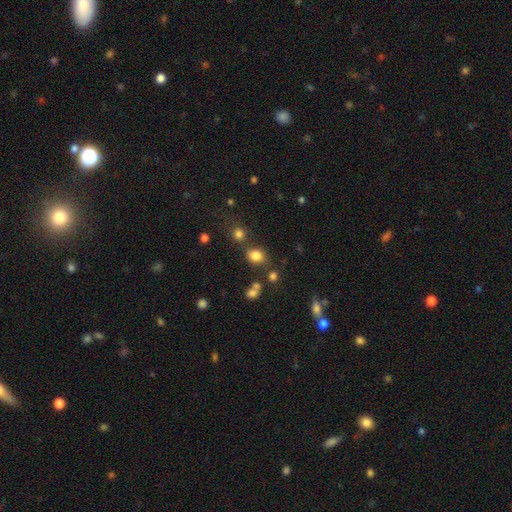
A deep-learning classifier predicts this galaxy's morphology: Q: Smooth or featured?
A: smooth (81%); runner-up: star or artifact (14%)
Q: How rounded?
A: round (56%); runner-up: in between (43%)
Q: Merging?
A: none (68%); runner-up: merger (14%)